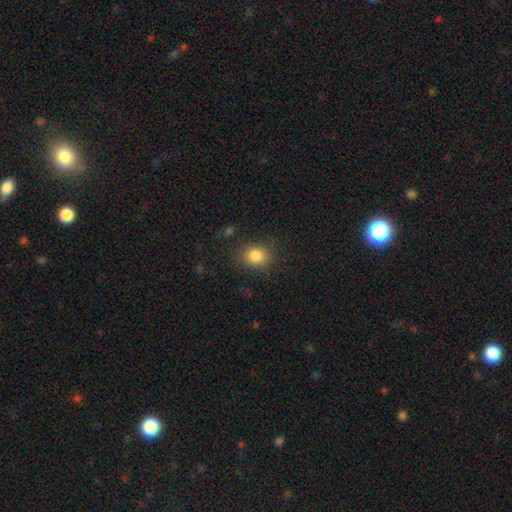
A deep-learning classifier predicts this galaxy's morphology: Smooth or featured? Predicted: smooth (p=0.84). How rounded? Predicted: round (p=0.68). Merging? Predicted: none (p=0.82).